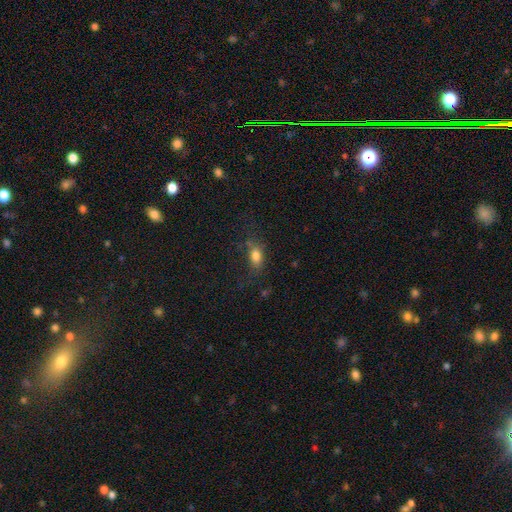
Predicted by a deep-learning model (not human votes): Q: Smooth or featured?
A: smooth (74%); runner-up: featured or disk (13%)
Q: How rounded?
A: in between (78%); runner-up: round (13%)
Q: Merging?
A: none (53%); runner-up: minor disturbance (24%)